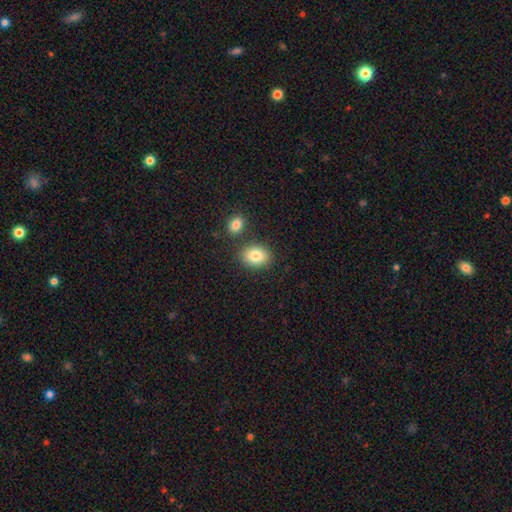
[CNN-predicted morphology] Q: Smooth or featured?
A: smooth (83%); runner-up: star or artifact (8%)
Q: How rounded?
A: in between (64%); runner-up: round (35%)
Q: Merging?
A: none (78%); runner-up: merger (10%)